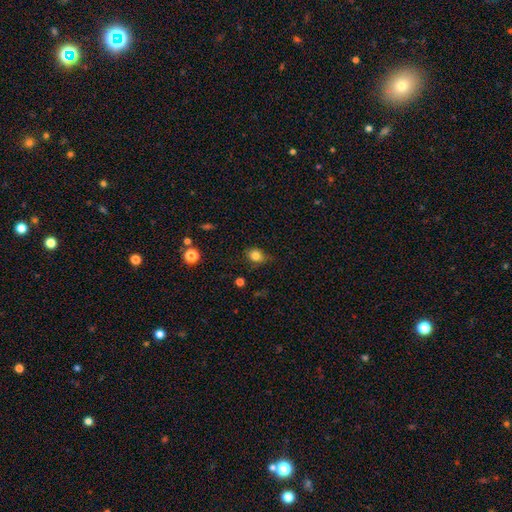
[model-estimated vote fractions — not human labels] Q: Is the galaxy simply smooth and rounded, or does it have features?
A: smooth — 82%.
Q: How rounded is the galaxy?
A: round — 50%.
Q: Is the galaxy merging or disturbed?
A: none — 69%.